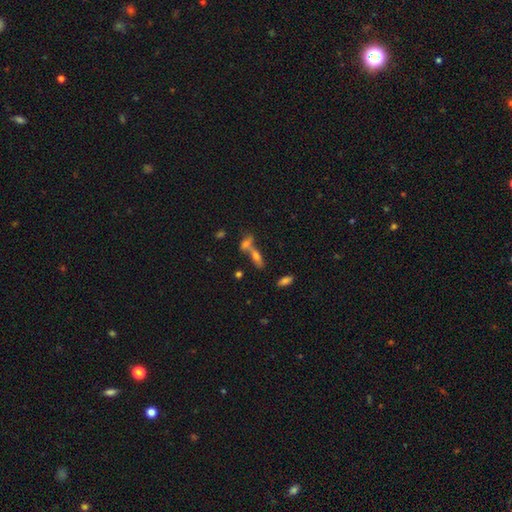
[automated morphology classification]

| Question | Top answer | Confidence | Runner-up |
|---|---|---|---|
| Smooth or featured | smooth | 49% | featured or disk (29%) |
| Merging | merger | 51% | none (36%) |